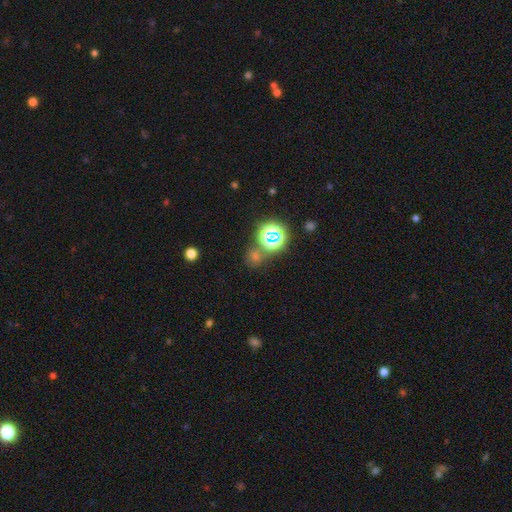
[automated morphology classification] A star or artifact, not a galaxy (57%).